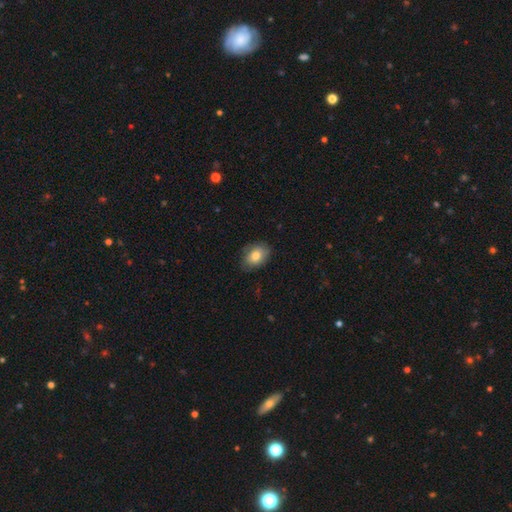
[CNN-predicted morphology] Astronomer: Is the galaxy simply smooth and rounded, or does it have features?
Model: smooth — 78%.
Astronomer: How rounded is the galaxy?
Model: in between — 78%.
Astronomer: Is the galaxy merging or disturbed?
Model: none — 77%.